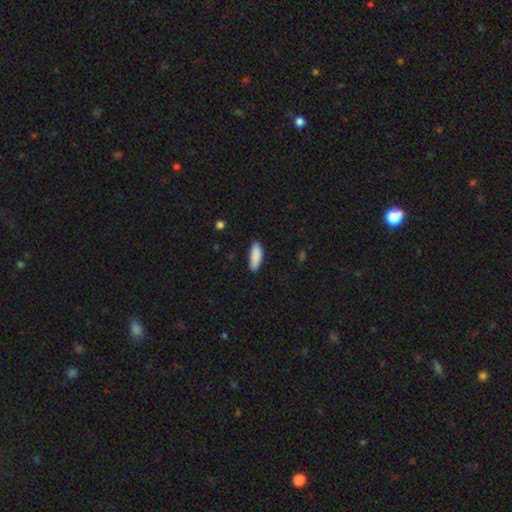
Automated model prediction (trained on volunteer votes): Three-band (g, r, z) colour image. It shows a smooth galaxy with no disk features (90%) that is in between round and cigar-shaped (70%). Merging: none (87%).